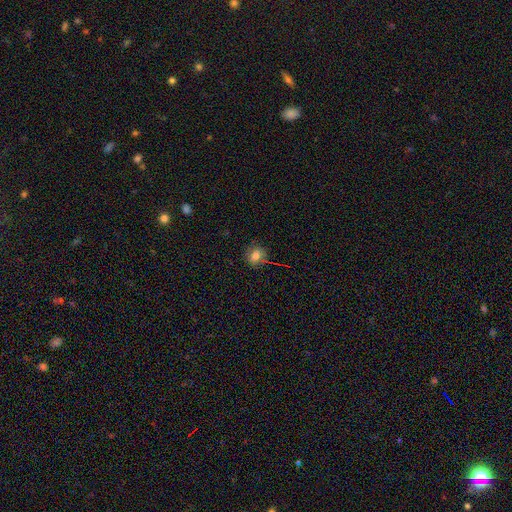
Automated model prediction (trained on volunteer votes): Smooth or featured?
  - smooth: 79% *
  - star or artifact: 12%
  - featured or disk: 9%
How rounded?
  - round: 64% *
  - in between: 35%
  - cigar-shaped: 1%
Merging?
  - none: 81% *
  - minor disturbance: 14%
  - major disturbance: 3%
  - merger: 2%